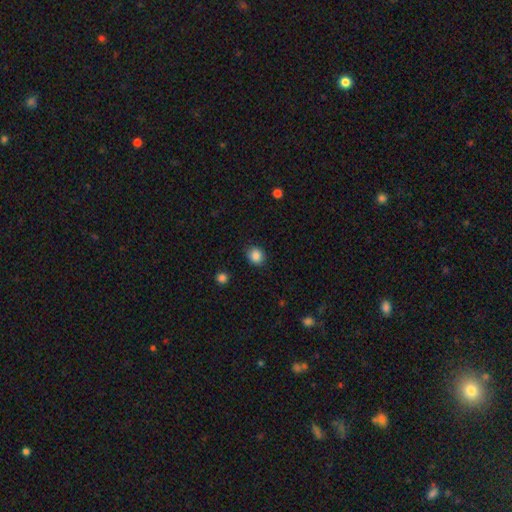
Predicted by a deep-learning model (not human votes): Overall: smooth (87%). How rounded: round (71%). Merging: none (88%).